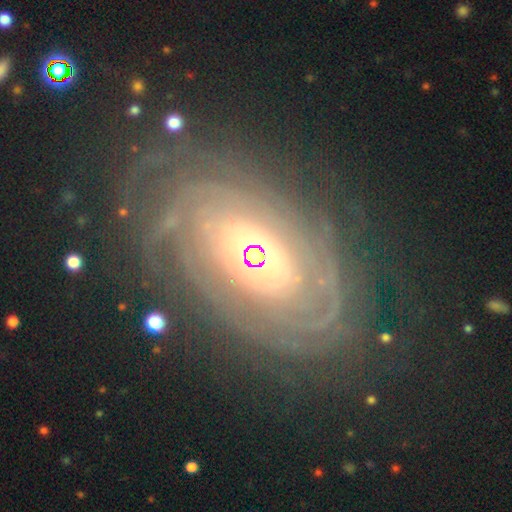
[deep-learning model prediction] smooth_or_featured: featured or disk (p=0.83) [alt: smooth p=0.11]
disk_edge_on: no (p=0.95) [alt: yes p=0.05]
bar: no (p=0.77) [alt: weak p=0.14]
has_spiral_arms: yes (p=0.84) [alt: no p=0.16]
spiral_winding: tight (p=0.69) [alt: medium p=0.19]
spiral_arm_count: can't tell (p=0.32) [alt: 2 p=0.23]
bulge_size: moderate (p=0.48) [alt: large p=0.24]
merging: none (p=0.70) [alt: minor disturbance p=0.15]